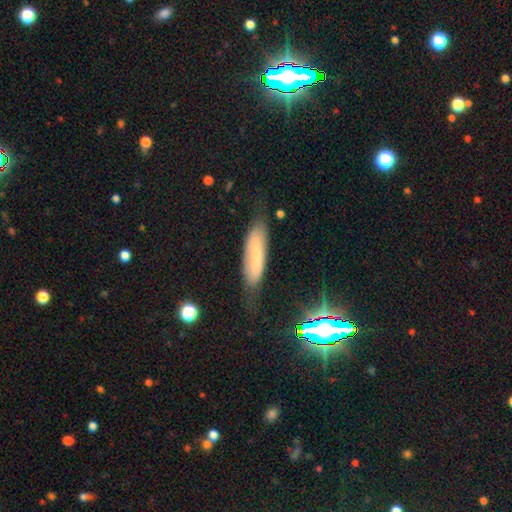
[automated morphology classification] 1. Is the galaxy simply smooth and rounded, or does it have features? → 54% smooth, 32% featured or disk, 13% star or artifact.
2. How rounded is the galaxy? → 65% cigar-shaped, 33% in between, 2% round.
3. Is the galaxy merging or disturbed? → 69% none, 22% minor disturbance, 6% major disturbance, 2% merger.